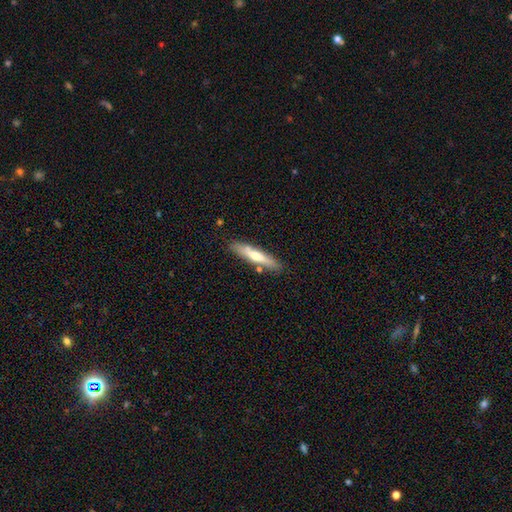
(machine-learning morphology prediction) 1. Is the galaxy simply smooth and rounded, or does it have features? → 52% smooth, 42% featured or disk, 6% star or artifact.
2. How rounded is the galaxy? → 86% cigar-shaped, 12% in between, 1% round.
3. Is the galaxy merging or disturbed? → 82% none, 11% minor disturbance, 4% merger, 2% major disturbance.